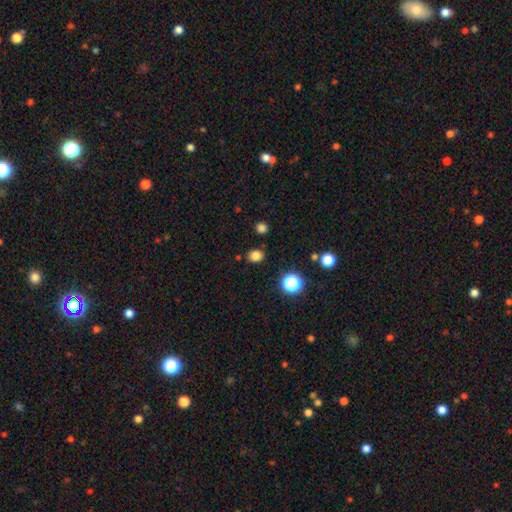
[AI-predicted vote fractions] smooth 80%, star or artifact 16%, featured or disk 4%. Down the decision tree: how rounded — round (63%); merging — none (85%).